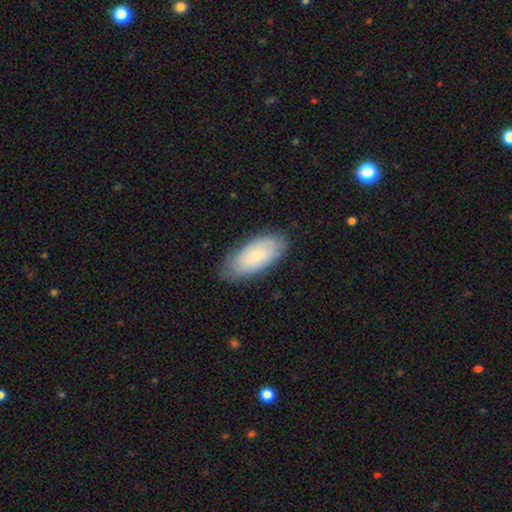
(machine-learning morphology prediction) The model was most divided on "smooth or featured": smooth: 65%, featured or disk: 28%, star or artifact: 7%. More confident: how rounded — in between (86%); merging — none (80%).